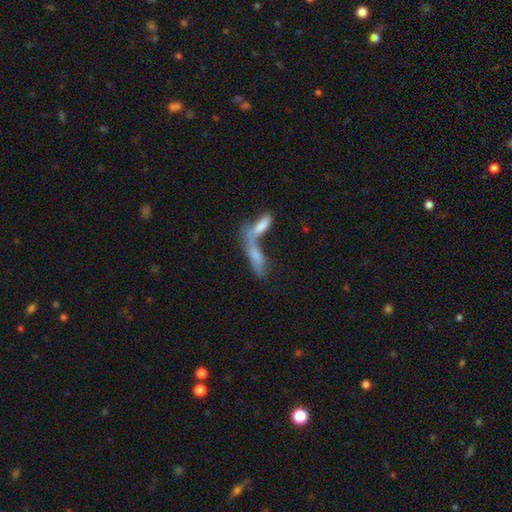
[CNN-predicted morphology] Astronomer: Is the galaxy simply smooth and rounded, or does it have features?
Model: smooth — 66%.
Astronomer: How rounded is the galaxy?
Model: cigar-shaped — 57% (runner-up: in between, 41%).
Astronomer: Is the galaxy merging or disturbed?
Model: merger — 65%.